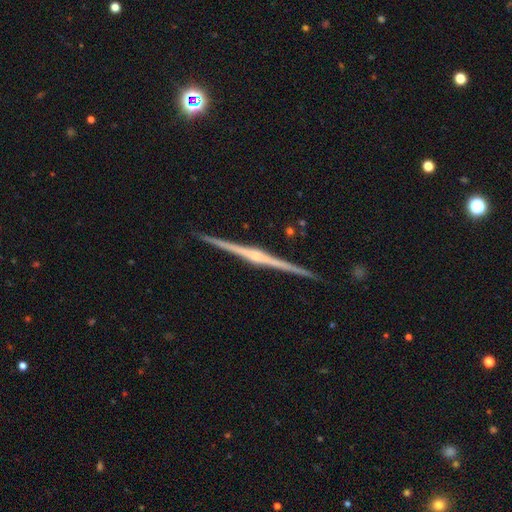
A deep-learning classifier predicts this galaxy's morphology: Q: Smooth or featured?
A: featured or disk (88%); runner-up: smooth (7%)
Q: Edge-on disk?
A: yes (99%); runner-up: no (1%)
Q: Edge-on bulge?
A: rounded (74%); runner-up: none (13%)
Q: Merging?
A: none (92%); runner-up: minor disturbance (5%)